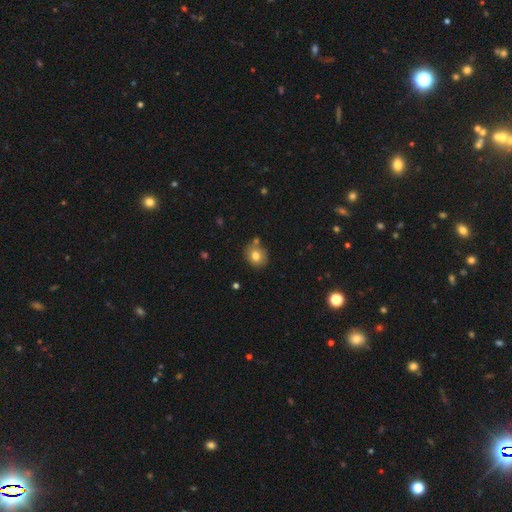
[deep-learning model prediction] smooth_or_featured: smooth (p=0.78) [alt: featured or disk p=0.11]
how_rounded: round (p=0.74) [alt: in between p=0.25]
merging: none (p=0.76) [alt: minor disturbance p=0.12]